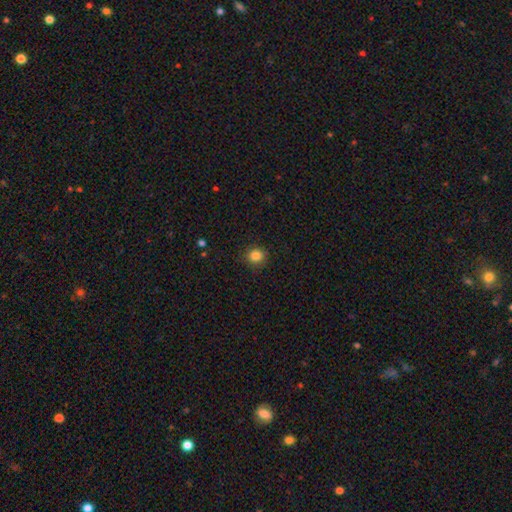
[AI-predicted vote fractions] Smooth or featured?
  - smooth: 84% *
  - star or artifact: 11%
  - featured or disk: 4%
How rounded?
  - round: 86% *
  - in between: 13%
  - cigar-shaped: 1%
Merging?
  - none: 89% *
  - minor disturbance: 8%
  - major disturbance: 2%
  - merger: 1%